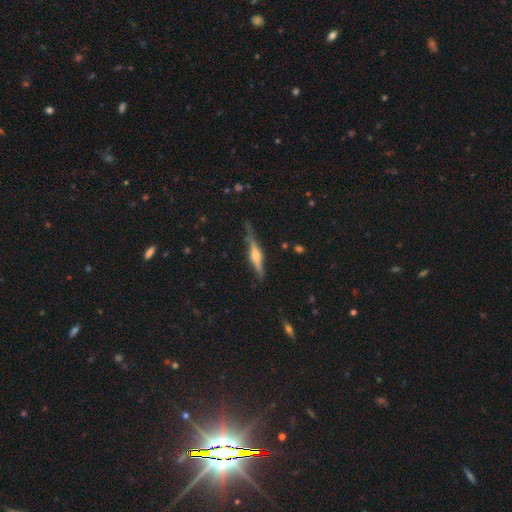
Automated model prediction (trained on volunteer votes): Smooth or featured? featured or disk (75%)
Edge-on disk? yes (97%)
Edge-on bulge? rounded (85%)
Merging? none (75%)